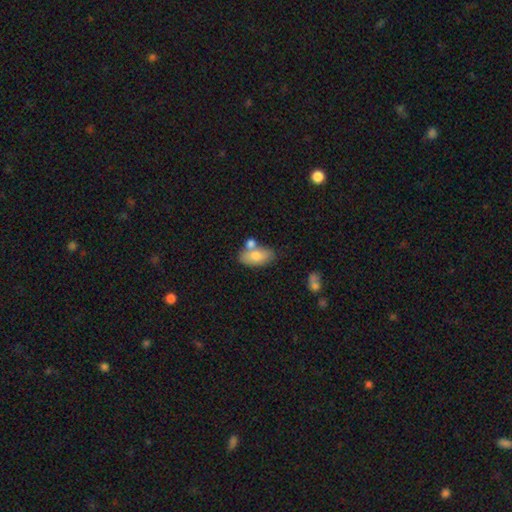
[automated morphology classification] smooth 75%, featured or disk 18%, star or artifact 7%. Down the decision tree: how rounded — in between (91%); merging — none (57%).